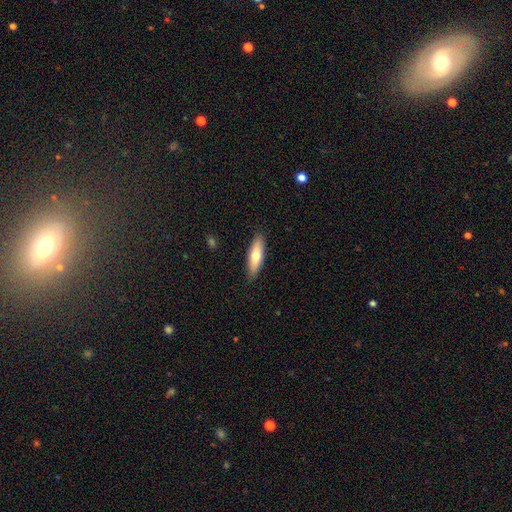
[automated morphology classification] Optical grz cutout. It shows a smooth galaxy with no disk features (69%) that is cigar-shaped (56%). Merging: none (88%).